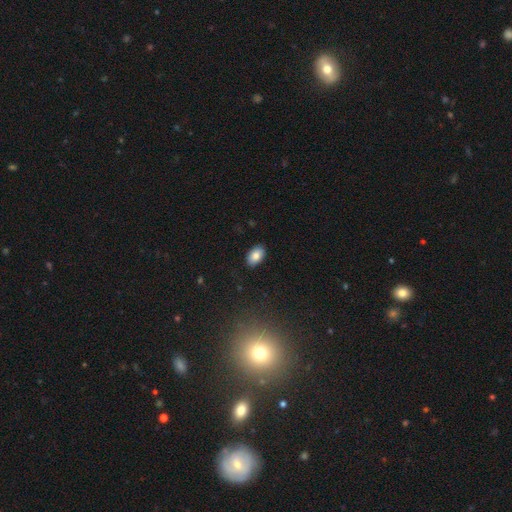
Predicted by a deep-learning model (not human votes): A smooth galaxy with no disk features (84%) that is in between round and cigar-shaped (92%).

Vote fractions:
- Smooth or featured? smooth: 84% / star or artifact: 8% / featured or disk: 8%
- How rounded? in between: 92% / round: 7% / cigar-shaped: 1%
- Merging? none: 88% / minor disturbance: 9% / major disturbance: 2% / merger: 1%